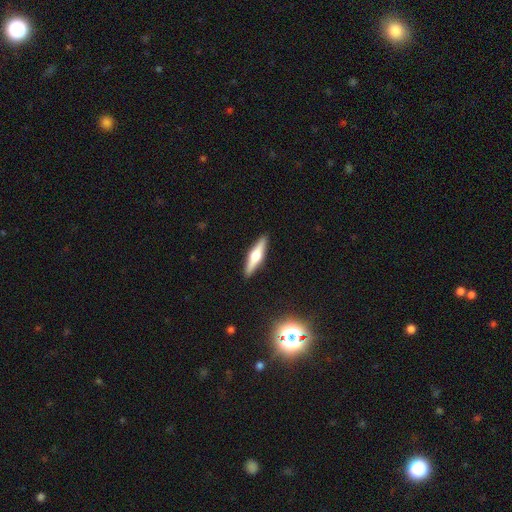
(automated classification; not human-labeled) Q: Smooth or featured?
A: featured or disk (61%); runner-up: smooth (34%)
Q: Edge-on disk?
A: yes (96%); runner-up: no (4%)
Q: Edge-on bulge?
A: rounded (93%); runner-up: boxy (5%)
Q: Merging?
A: none (91%); runner-up: minor disturbance (6%)